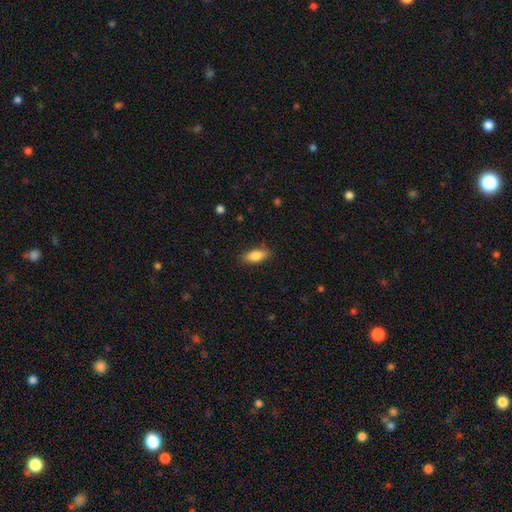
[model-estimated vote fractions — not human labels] The model was most divided on "how rounded": in between: 82%, cigar-shaped: 16%, round: 3%. More confident: merging — none (86%); smooth or featured — smooth (84%).